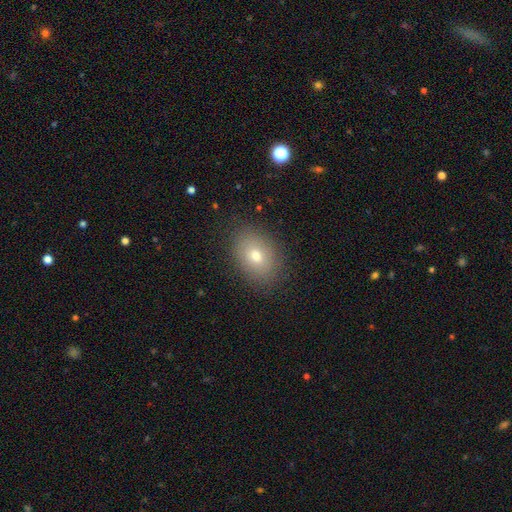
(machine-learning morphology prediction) The model was most divided on "how rounded": in between: 73%, round: 25%, cigar-shaped: 1%. More confident: merging — none (86%); smooth or featured — smooth (73%).